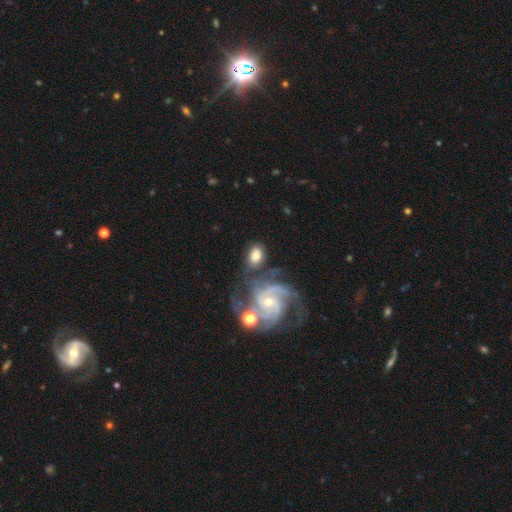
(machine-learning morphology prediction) smooth 47%, featured or disk 45%, star or artifact 8%. Down the decision tree: merging — none (54%).